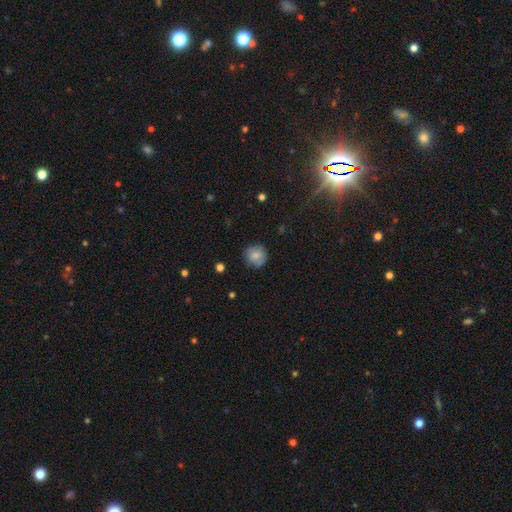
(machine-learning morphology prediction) Smooth or featured: smooth — 80% (featured or disk — 12%)
How rounded: round — 90% (in between — 9%)
Merging: none — 78% (minor disturbance — 17%)